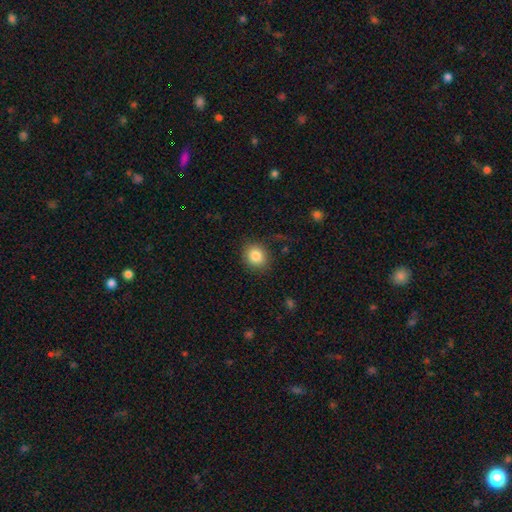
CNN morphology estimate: Smooth or featured? smooth (84%)
How rounded? round (76%)
Merging? none (85%)